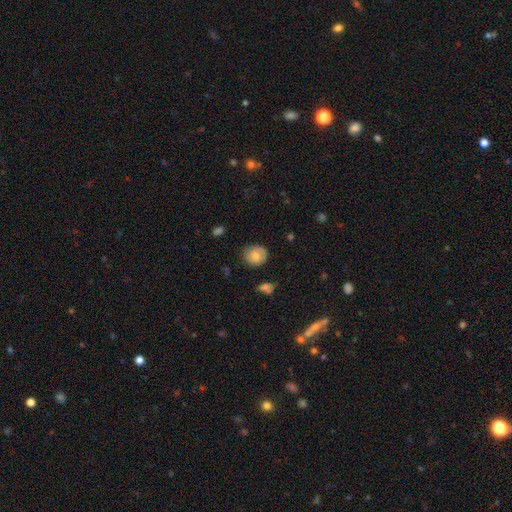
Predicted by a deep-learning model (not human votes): This is possibly a smooth galaxy (56%). How rounded: likely round (78%). Merging: likely none (78%).